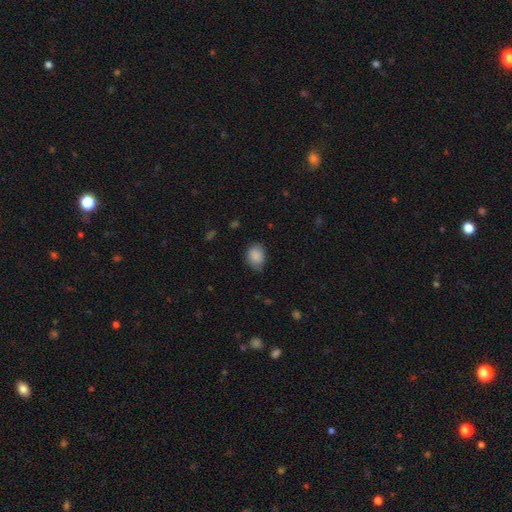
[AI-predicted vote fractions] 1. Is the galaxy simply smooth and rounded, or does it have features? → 88% smooth, 7% star or artifact, 5% featured or disk.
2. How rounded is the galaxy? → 61% in between, 38% round, 1% cigar-shaped.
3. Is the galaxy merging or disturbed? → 70% none, 25% minor disturbance, 5% major disturbance, 1% merger.